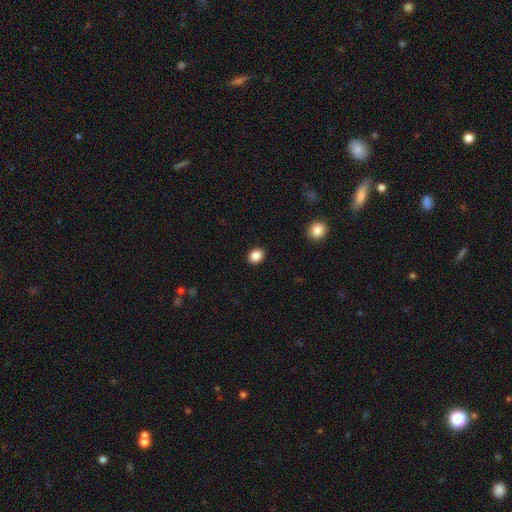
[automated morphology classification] type=smooth (87%); roundness=round (52%); merging=none (91%).